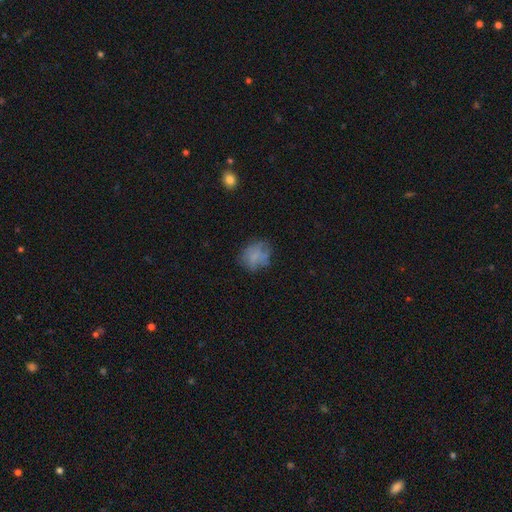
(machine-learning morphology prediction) type=smooth (63%); roundness=round (63%); merging=none (61%).